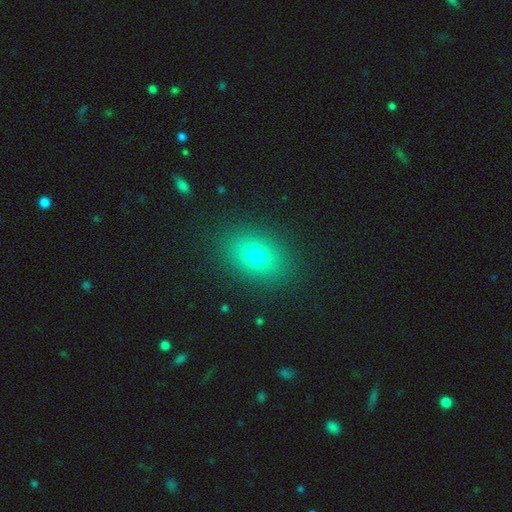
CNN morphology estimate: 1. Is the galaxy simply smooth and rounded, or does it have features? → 73% smooth, 15% star or artifact, 13% featured or disk.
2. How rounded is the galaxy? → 74% in between, 24% round, 2% cigar-shaped.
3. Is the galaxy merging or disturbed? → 87% none, 8% minor disturbance, 3% major disturbance, 1% merger.